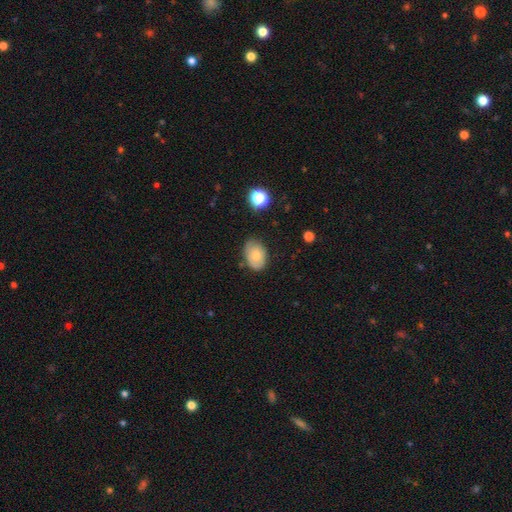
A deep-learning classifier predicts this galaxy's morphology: This is likely a smooth galaxy (69%). How rounded: clearly in between (81%). Merging: likely none (73%).